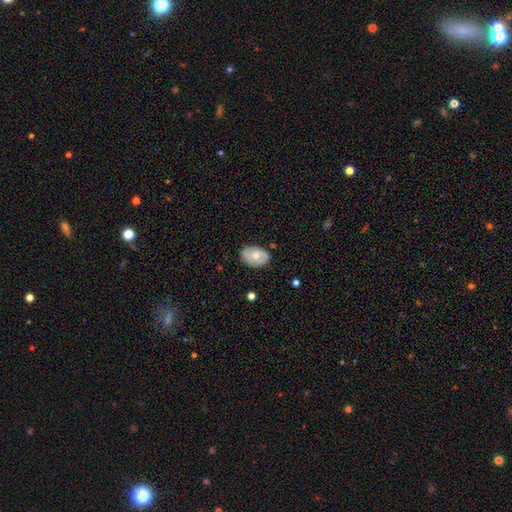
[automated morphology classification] Smooth or featured? smooth (64%)
How rounded? in between (85%)
Merging? none (78%)